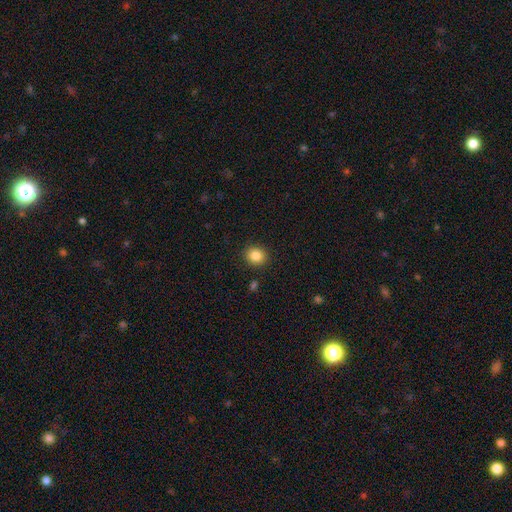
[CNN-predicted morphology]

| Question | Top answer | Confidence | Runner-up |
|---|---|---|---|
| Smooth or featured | smooth | 85% | star or artifact (10%) |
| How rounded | round | 80% | in between (20%) |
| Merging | none | 90% | minor disturbance (6%) |